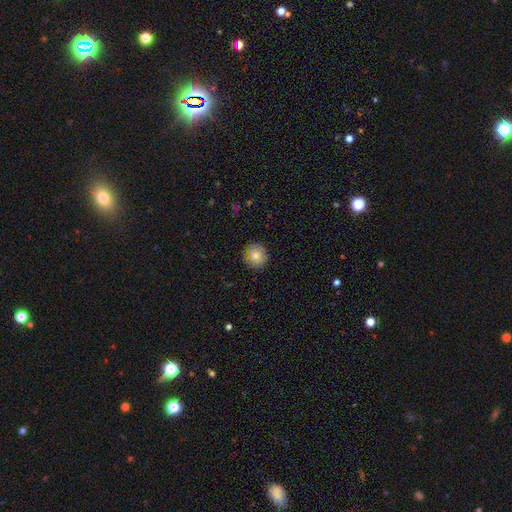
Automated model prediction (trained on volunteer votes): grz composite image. It shows a smooth galaxy with no disk features (75%) that is round (89%). Merging: none (83%).